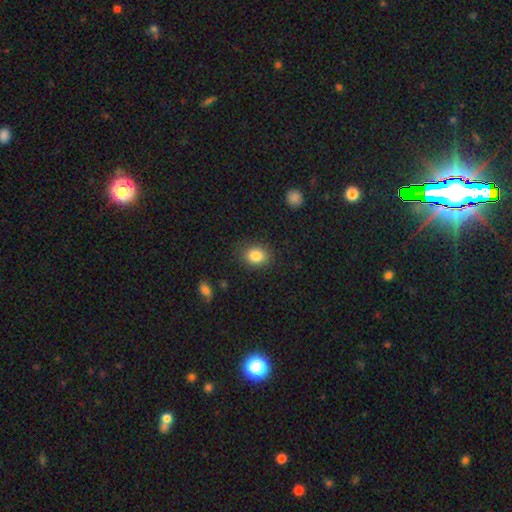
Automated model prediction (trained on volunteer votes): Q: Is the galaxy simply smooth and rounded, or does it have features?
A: smooth — 84%.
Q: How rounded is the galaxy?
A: in between — 54%.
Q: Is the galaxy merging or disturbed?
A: none — 84%.